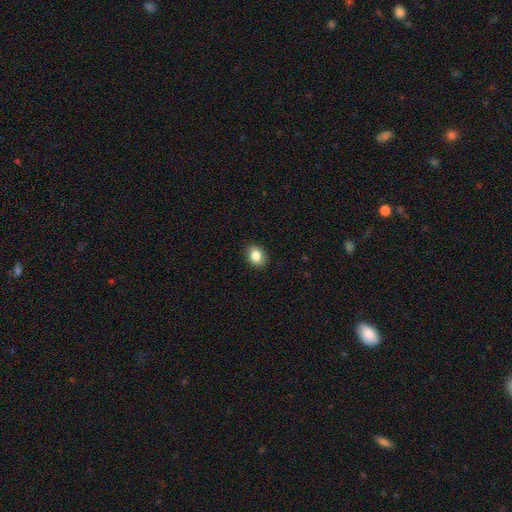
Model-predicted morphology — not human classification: type=smooth (84%); roundness=in between (65%); merging=none (89%).